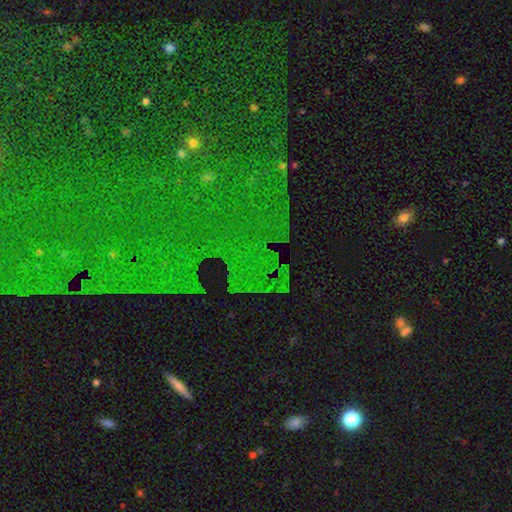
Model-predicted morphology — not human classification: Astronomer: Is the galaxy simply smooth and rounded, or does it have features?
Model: star or artifact — 77%.